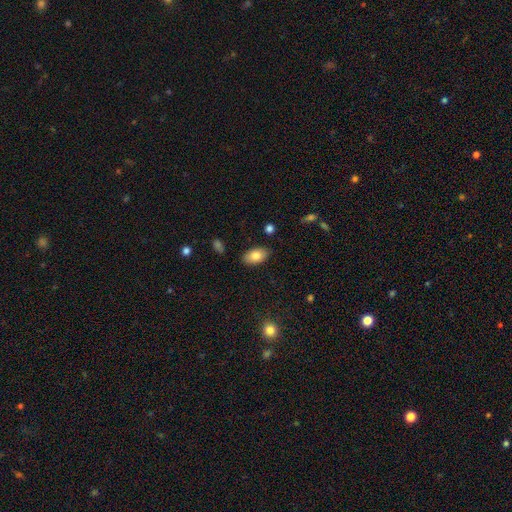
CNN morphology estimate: This is clearly a smooth galaxy (82%). How rounded: clearly in between (93%). Merging: clearly none (85%).